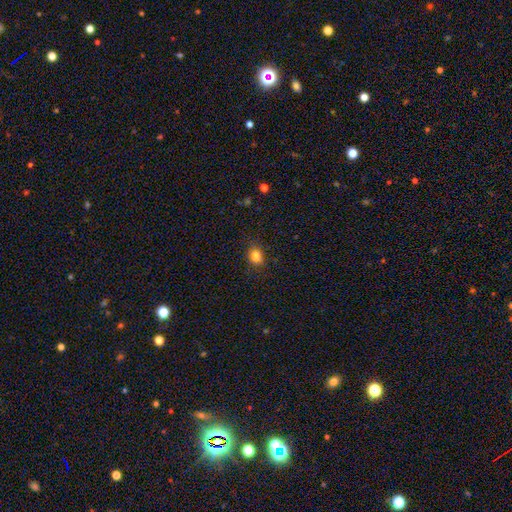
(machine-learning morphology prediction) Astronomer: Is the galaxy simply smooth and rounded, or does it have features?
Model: smooth — 82%.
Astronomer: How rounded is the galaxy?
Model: in between — 52% (runner-up: round, 47%).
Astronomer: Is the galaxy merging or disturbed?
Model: none — 79%.